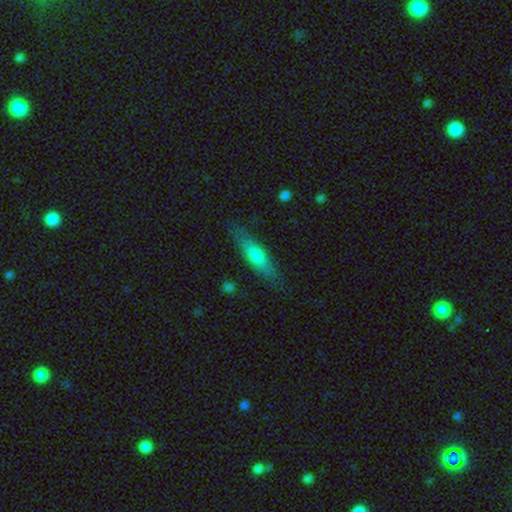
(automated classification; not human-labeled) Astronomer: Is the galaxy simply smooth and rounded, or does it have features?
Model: smooth — 64%.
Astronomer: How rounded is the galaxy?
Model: cigar-shaped — 63%.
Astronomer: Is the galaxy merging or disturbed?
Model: none — 80%.